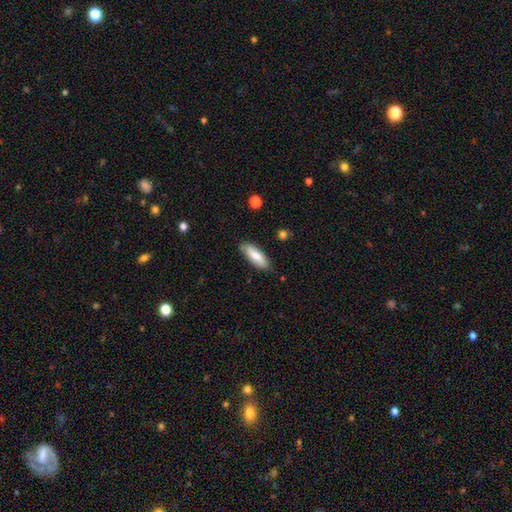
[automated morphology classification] Overall: smooth (77%). How rounded: in between (59%; cigar-shaped 39%). Merging: none (84%).